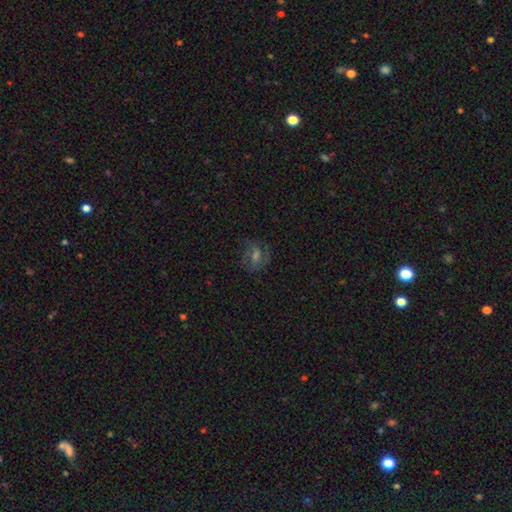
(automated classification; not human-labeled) smooth_or_featured: featured or disk (p=0.48) [alt: smooth p=0.31]
merging: none (p=0.76) [alt: minor disturbance p=0.15]